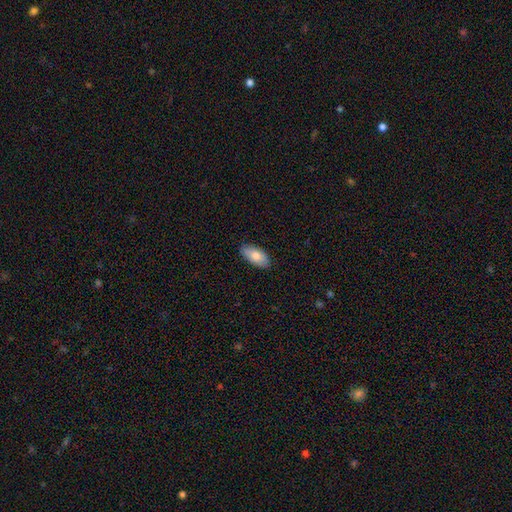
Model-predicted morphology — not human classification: Smooth or featured? smooth (78%)
How rounded? in between (93%)
Merging? none (86%)